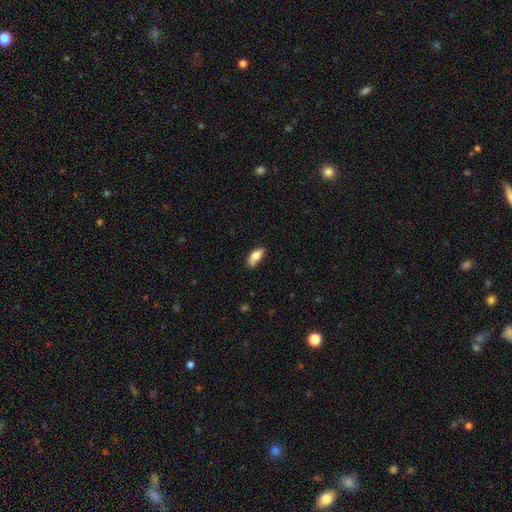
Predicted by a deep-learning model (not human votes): This is likely a smooth galaxy (78%). How rounded: clearly in between (86%). Merging: possibly none (57%).